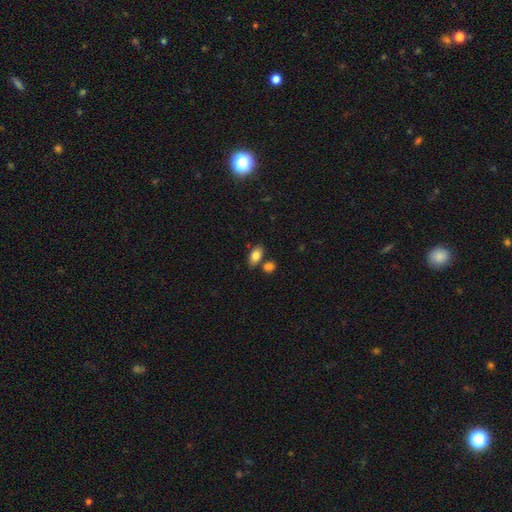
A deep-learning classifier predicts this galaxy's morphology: smooth-or-featured: smooth: 83% | featured or disk: 9% | star or artifact: 8%
  how-rounded: in between: 90% | round: 7% | cigar-shaped: 3%
  merging: none: 71% | merger: 14% | minor disturbance: 12% | major disturbance: 3%